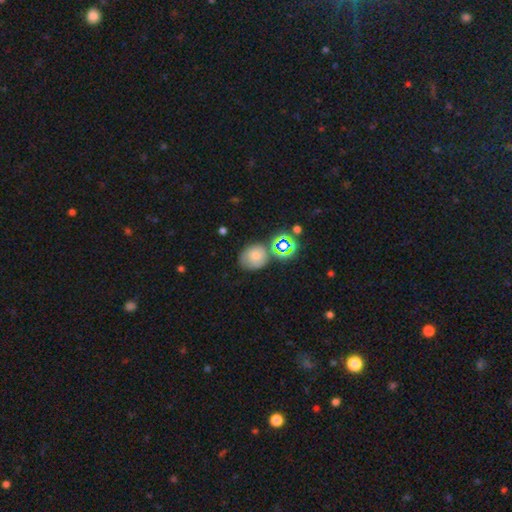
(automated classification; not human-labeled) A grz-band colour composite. It shows a smooth galaxy with no disk features (54%) that is round (63%). Merging: none (57%).